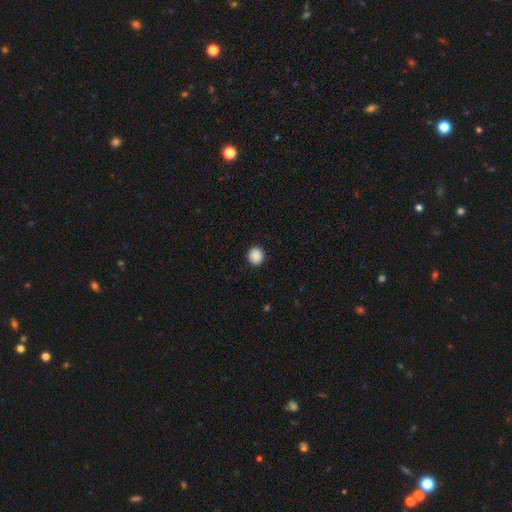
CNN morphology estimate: smooth-or-featured: smooth: 89% | star or artifact: 8% | featured or disk: 2%
  how-rounded: round: 91% | in between: 8% | cigar-shaped: 1%
  merging: none: 93% | minor disturbance: 4% | major disturbance: 2% | merger: 1%